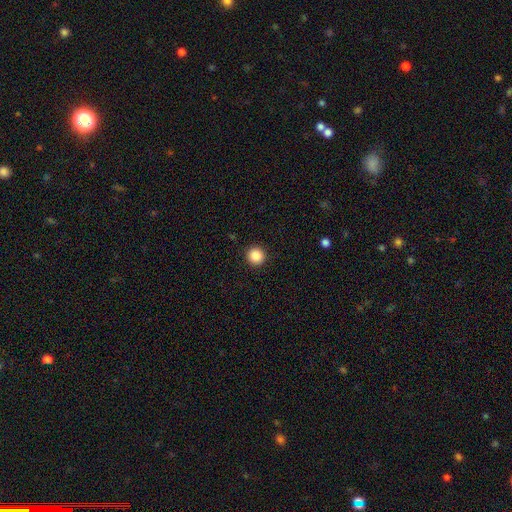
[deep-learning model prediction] Morphology: type=smooth (88%); roundness=round (95%); merging=none (93%).